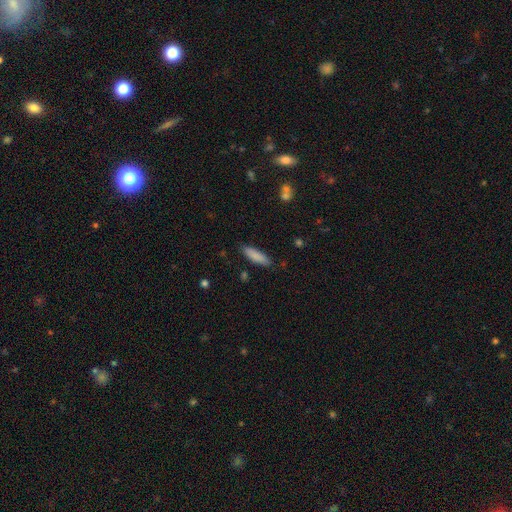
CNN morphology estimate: This is clearly a smooth galaxy (85%). How rounded: likely cigar-shaped (66%). Merging: clearly none (86%).